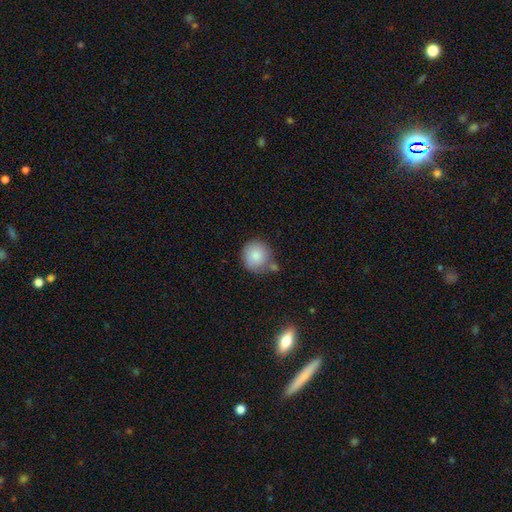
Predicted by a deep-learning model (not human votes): smooth 85%, featured or disk 8%, star or artifact 7%. Down the decision tree: how rounded — round (91%); merging — none (61%).